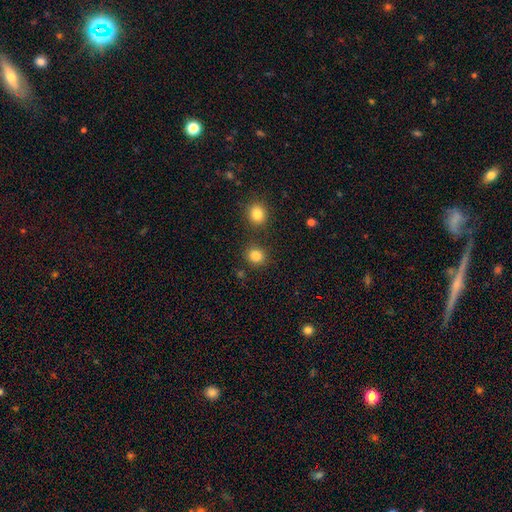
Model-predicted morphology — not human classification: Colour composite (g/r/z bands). It shows a smooth galaxy with no disk features (84%) that is round (79%). Merging: none (83%).